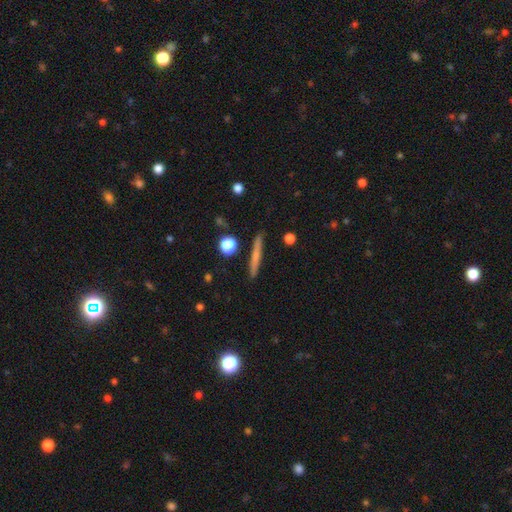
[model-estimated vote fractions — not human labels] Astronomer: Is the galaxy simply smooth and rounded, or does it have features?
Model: smooth — 59% (runner-up: featured or disk, 34%).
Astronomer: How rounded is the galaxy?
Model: cigar-shaped — 93%.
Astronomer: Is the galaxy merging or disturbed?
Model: none — 90%.